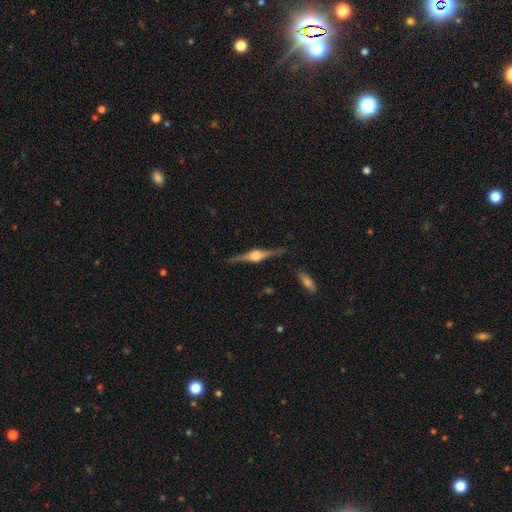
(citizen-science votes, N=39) Smooth or featured? featured or disk (95%)
Edge-on disk? yes (100%)
Edge-on bulge? rounded (97%)
Merging? none (100%)